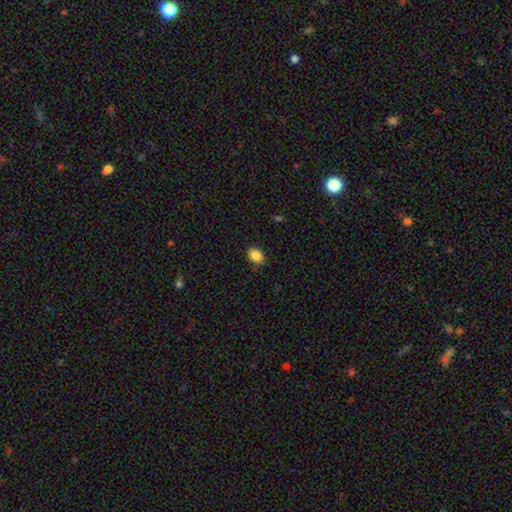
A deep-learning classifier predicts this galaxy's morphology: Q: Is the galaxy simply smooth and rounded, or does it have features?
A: smooth — 87%.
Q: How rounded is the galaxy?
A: in between — 71%.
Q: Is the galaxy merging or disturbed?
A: none — 88%.